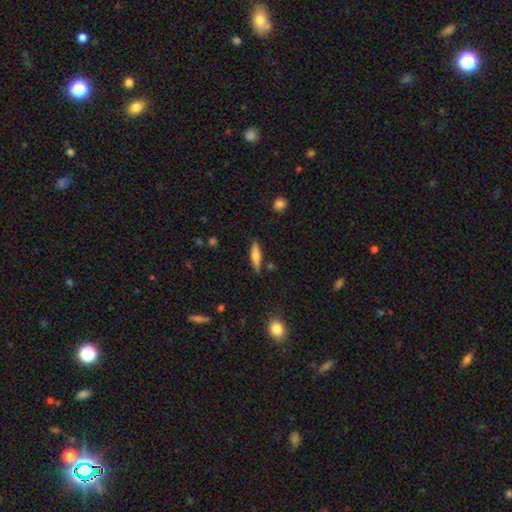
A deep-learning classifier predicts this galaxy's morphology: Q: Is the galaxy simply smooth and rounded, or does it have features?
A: smooth — 64%.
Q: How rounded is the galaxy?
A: cigar-shaped — 65%.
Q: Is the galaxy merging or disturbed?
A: none — 81%.